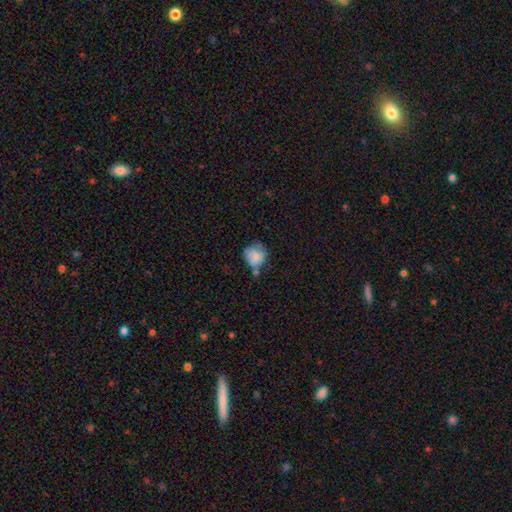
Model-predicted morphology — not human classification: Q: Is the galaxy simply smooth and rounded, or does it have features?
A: smooth — 75%.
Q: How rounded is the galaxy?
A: round — 71%.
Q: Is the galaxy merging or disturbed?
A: none — 39%.